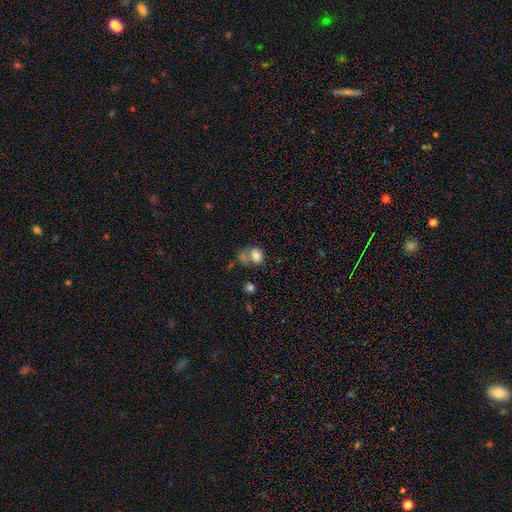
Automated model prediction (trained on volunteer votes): Smooth or featured? Predicted: smooth (p=0.80). How rounded? Predicted: in between (p=0.52). Merging? Predicted: merger (p=0.37, tied with none).